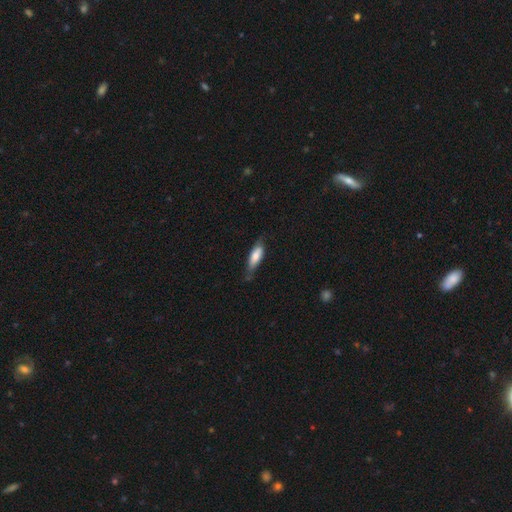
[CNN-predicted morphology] The model was most divided on "how rounded": in between: 58%, cigar-shaped: 40%, round: 2%. More confident: smooth or featured — smooth (71%); merging — none (61%).